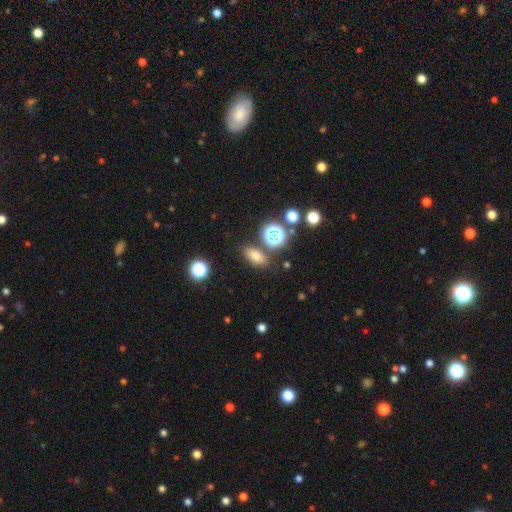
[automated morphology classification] Smooth or featured? Predicted: smooth (p=0.71). How rounded? Predicted: in between (p=0.77). Merging? Predicted: none (p=0.79).